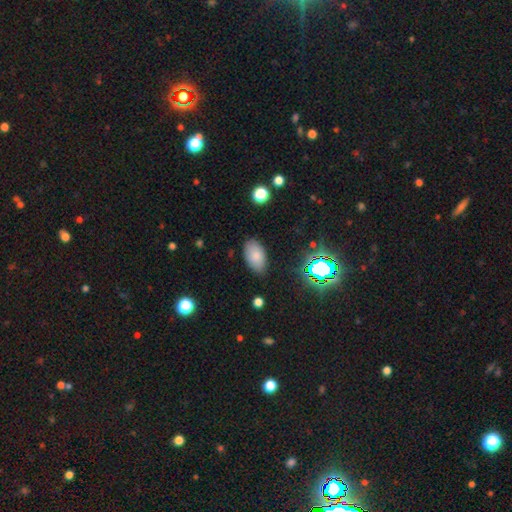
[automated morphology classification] Q: Smooth or featured?
A: smooth (80%); runner-up: star or artifact (11%)
Q: How rounded?
A: in between (94%); runner-up: round (5%)
Q: Merging?
A: none (81%); runner-up: minor disturbance (14%)